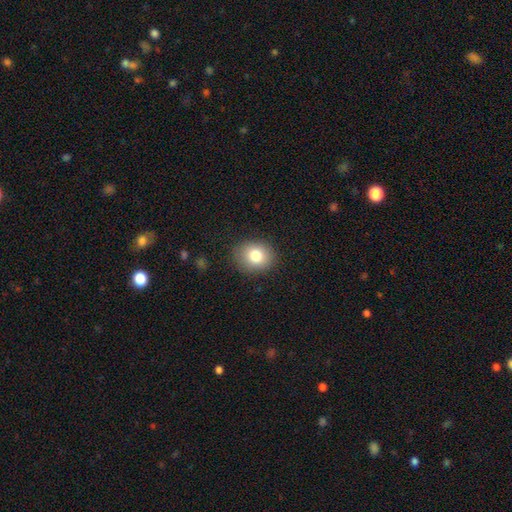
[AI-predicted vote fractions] Q: Smooth or featured?
A: smooth (81%); runner-up: star or artifact (10%)
Q: How rounded?
A: round (63%); runner-up: in between (36%)
Q: Merging?
A: none (87%); runner-up: minor disturbance (9%)